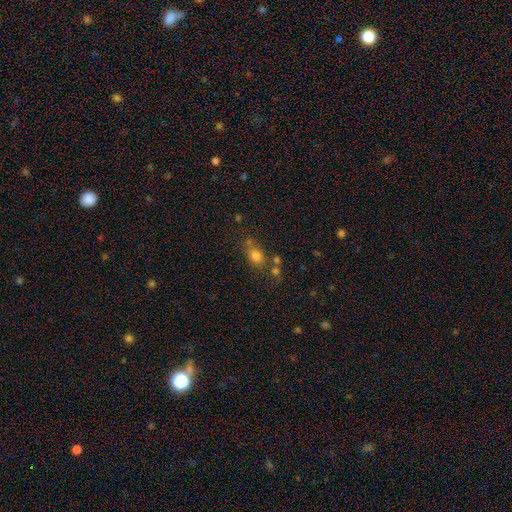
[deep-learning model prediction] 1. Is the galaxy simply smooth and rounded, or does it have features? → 74% smooth, 15% star or artifact, 11% featured or disk.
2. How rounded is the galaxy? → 54% in between, 43% round, 3% cigar-shaped.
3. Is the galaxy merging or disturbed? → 56% none, 21% merger, 16% minor disturbance, 7% major disturbance.